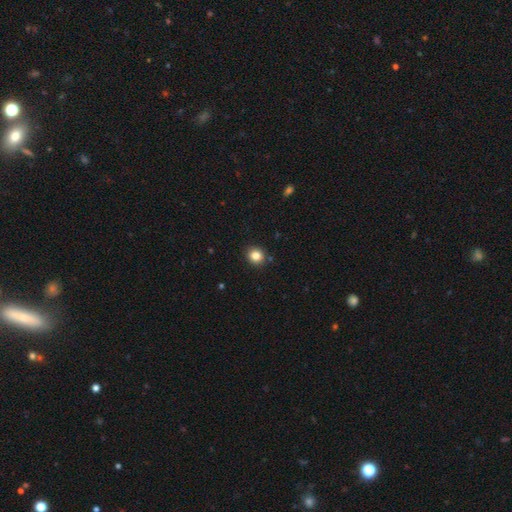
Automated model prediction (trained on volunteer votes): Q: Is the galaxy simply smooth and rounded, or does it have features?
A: smooth — 83%.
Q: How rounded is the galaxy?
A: round — 88%.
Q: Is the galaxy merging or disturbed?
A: none — 90%.